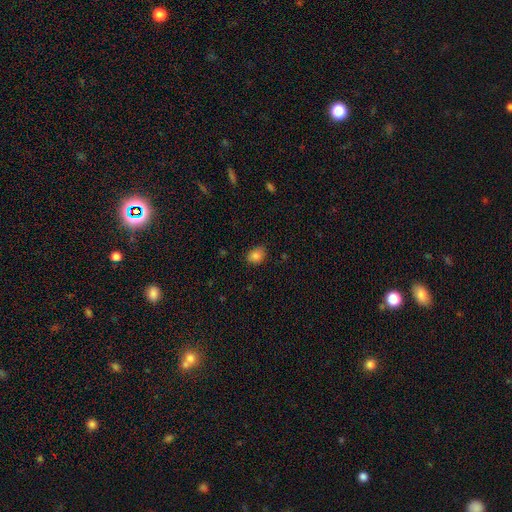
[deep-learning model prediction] Smooth or featured?
  - smooth: 83% *
  - star or artifact: 10%
  - featured or disk: 7%
How rounded?
  - in between: 64% *
  - round: 35%
  - cigar-shaped: 1%
Merging?
  - none: 81% *
  - minor disturbance: 15%
  - major disturbance: 3%
  - merger: 1%